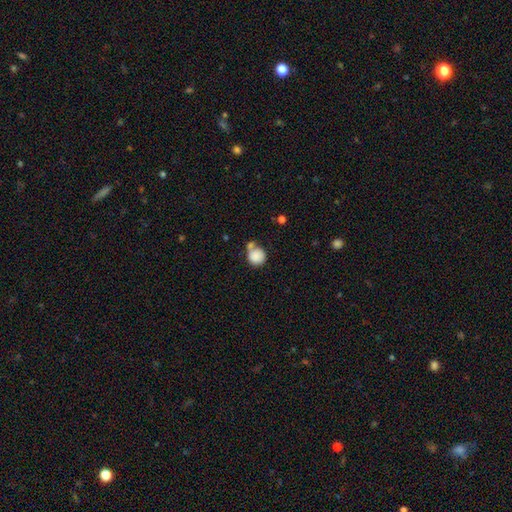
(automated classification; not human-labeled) Q: Smooth or featured?
A: smooth (85%); runner-up: star or artifact (8%)
Q: How rounded?
A: round (87%); runner-up: in between (12%)
Q: Merging?
A: none (48%); runner-up: merger (28%)